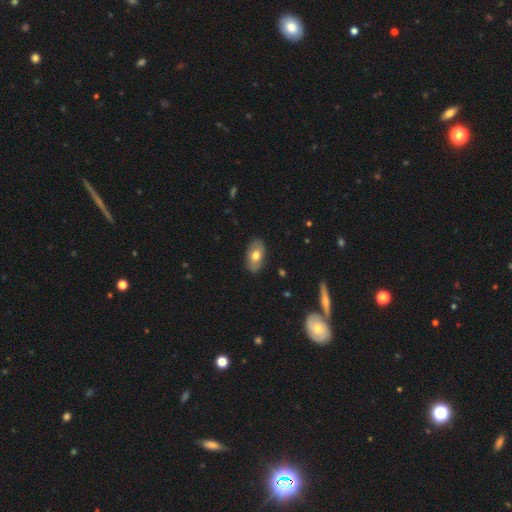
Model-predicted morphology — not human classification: smooth-or-featured: smooth: 65% | featured or disk: 29% | star or artifact: 6%
  how-rounded: in between: 92% | round: 6% | cigar-shaped: 2%
  merging: none: 86% | minor disturbance: 11% | major disturbance: 2% | merger: 1%